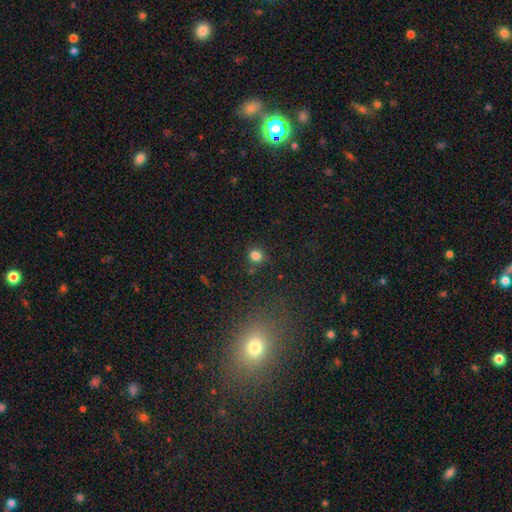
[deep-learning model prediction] smooth 81%, star or artifact 14%, featured or disk 5%. Down the decision tree: how rounded — round (89%); merging — none (81%).